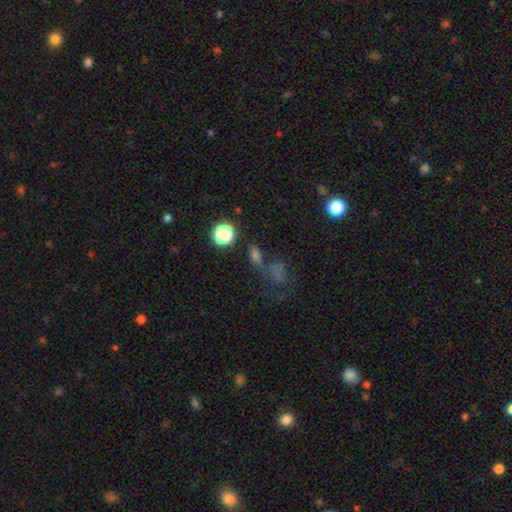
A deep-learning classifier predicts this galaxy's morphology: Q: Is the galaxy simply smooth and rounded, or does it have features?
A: smooth — 55%.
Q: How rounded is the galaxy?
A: in between — 51%.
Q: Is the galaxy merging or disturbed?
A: none — 47%.